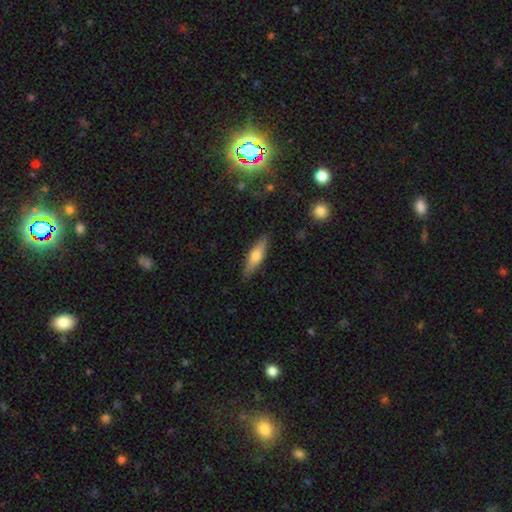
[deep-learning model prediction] smooth_or_featured: smooth (p=0.56) [alt: featured or disk p=0.38]
how_rounded: cigar-shaped (p=0.61) [alt: in between p=0.37]
merging: none (p=0.87) [alt: minor disturbance p=0.10]